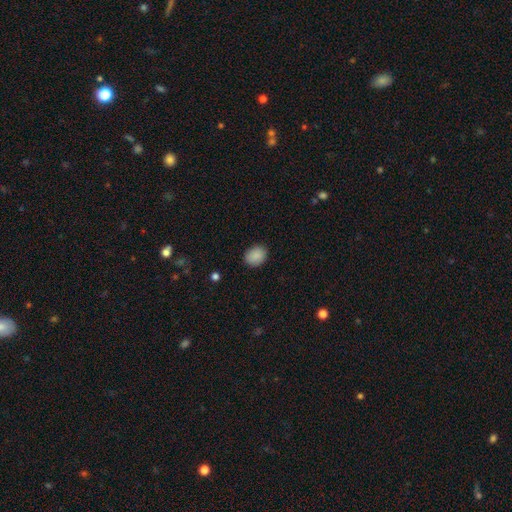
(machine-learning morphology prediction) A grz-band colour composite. It shows a smooth galaxy with no disk features (89%) that is round (51%). Merging: none (87%).